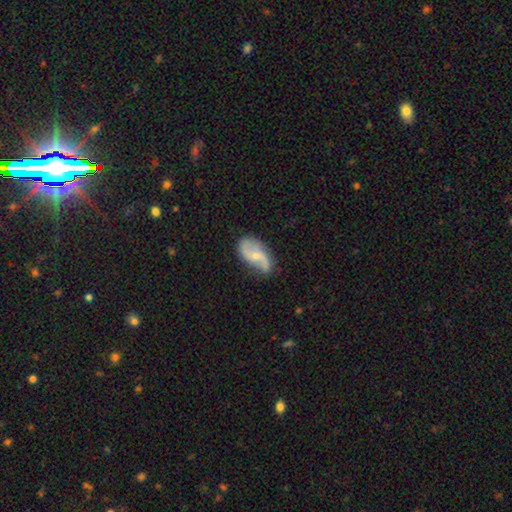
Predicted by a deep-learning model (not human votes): Smooth or featured?
  - featured or disk: 71% *
  - smooth: 24%
  - star or artifact: 6%
Edge-on disk?
  - no: 96% *
  - yes: 4%
Bar?
  - no: 53% *
  - weak: 38%
  - strong: 9%
Spiral arms?
  - yes: 91% *
  - no: 9%
Spiral winding?
  - loose: 66% *
  - medium: 26%
  - tight: 8%
Spiral arm count?
  - 2: 88% *
  - can't tell: 5%
  - 1: 4%
  - 3: 1%
  - 4: 1%
  - more than 4: 1%
Bulge size?
  - small: 56% *
  - moderate: 37%
  - none: 4%
  - large: 2%
  - dominant: 1%
Merging?
  - none: 68% *
  - minor disturbance: 23%
  - major disturbance: 7%
  - merger: 2%